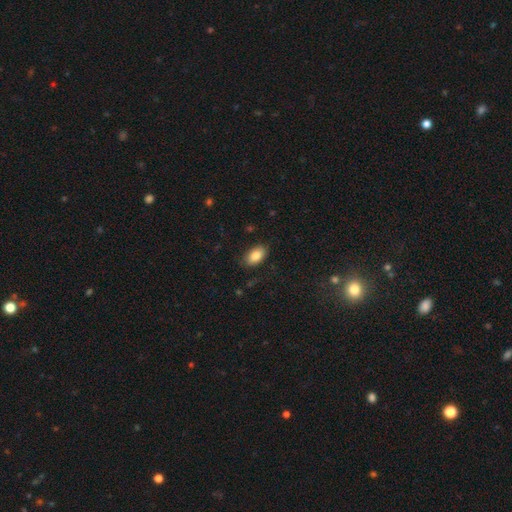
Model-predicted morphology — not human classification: Smooth or featured: smooth — 86% (featured or disk — 7%)
How rounded: in between — 93% (round — 5%)
Merging: none — 83% (minor disturbance — 13%)